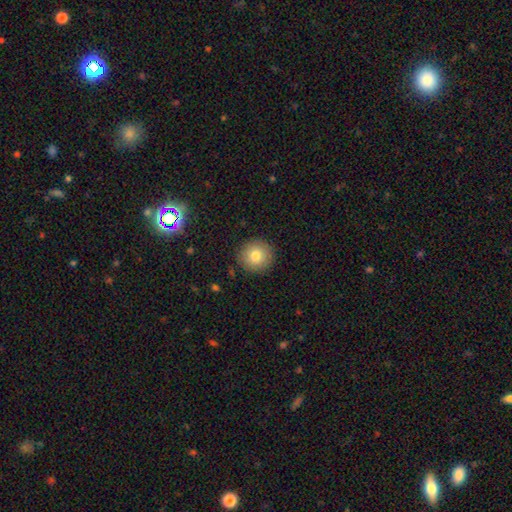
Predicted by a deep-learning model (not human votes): A smooth galaxy with no disk features (80%) that is round (94%). Merging: none (91%).